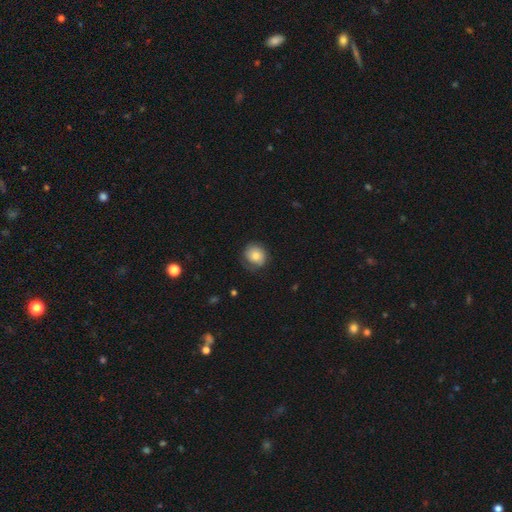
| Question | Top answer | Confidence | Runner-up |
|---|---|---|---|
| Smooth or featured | featured or disk | 51% | smooth (43%) |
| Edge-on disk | no | 100% | — |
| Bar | no | 84% | weak (16%) |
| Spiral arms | yes | 95% | no (5%) |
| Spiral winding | medium | 50% | tight (39%) |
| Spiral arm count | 2 | 56% | can't tell (22%) |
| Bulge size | moderate | 47% | large (37%) |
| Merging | none | 69% | minor disturbance (17%) |